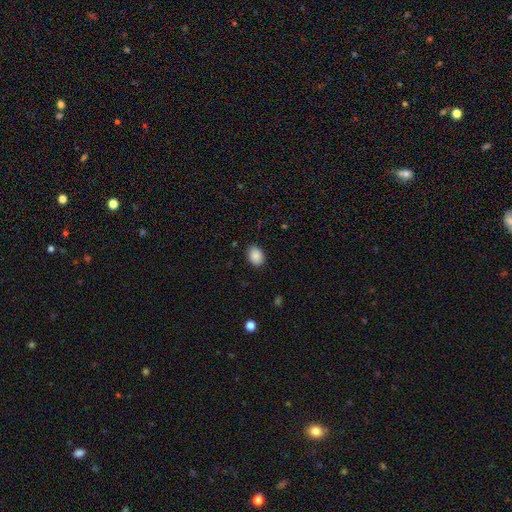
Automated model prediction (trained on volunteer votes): A smooth galaxy with no disk features (89%) that is in between round and cigar-shaped (69%). Merging: none (88%).